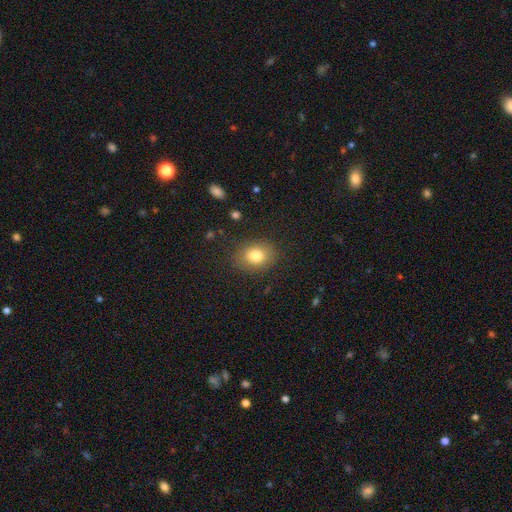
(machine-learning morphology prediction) Smooth or featured?
  - smooth: 80% *
  - star or artifact: 10%
  - featured or disk: 10%
How rounded?
  - in between: 55% *
  - round: 44%
  - cigar-shaped: 1%
Merging?
  - none: 84% *
  - minor disturbance: 11%
  - major disturbance: 4%
  - merger: 1%